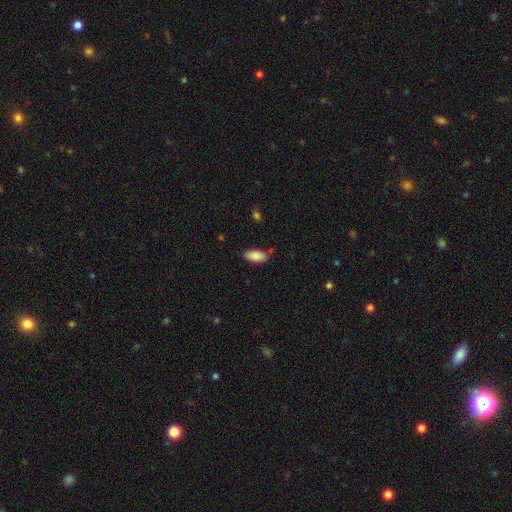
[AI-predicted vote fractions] Smooth or featured: smooth — 87% (star or artifact — 7%)
How rounded: in between — 88% (cigar-shaped — 10%)
Merging: none — 82% (minor disturbance — 12%)